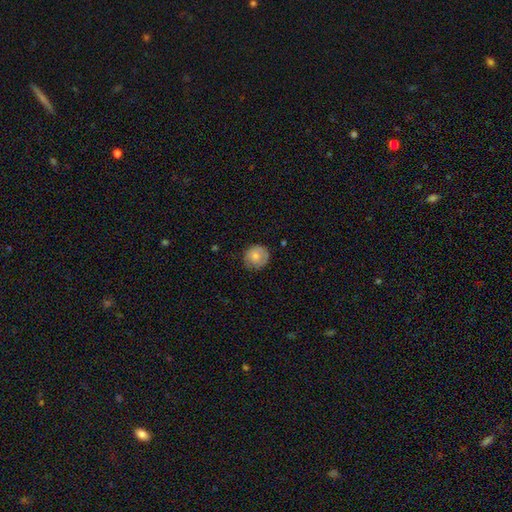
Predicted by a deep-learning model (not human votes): Morphology: type=smooth (69%); roundness=round (90%); merging=none (75%).